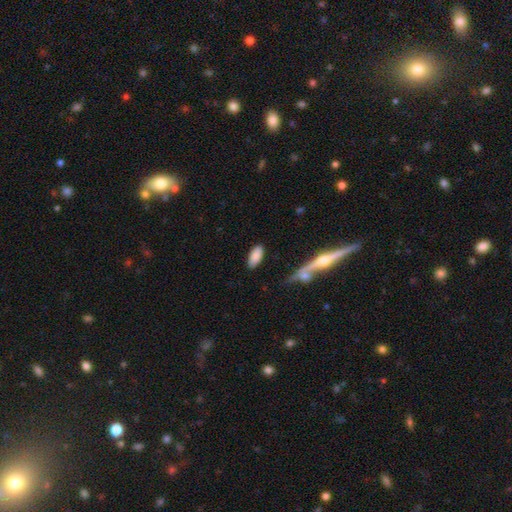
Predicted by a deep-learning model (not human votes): Smooth or featured: smooth — 85% (featured or disk — 9%)
How rounded: in between — 88% (cigar-shaped — 10%)
Merging: none — 80% (minor disturbance — 12%)